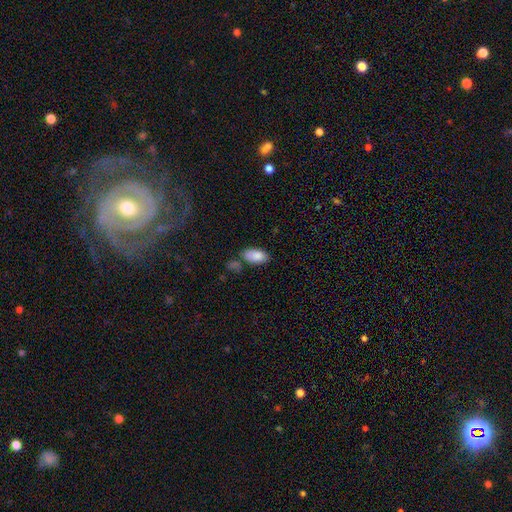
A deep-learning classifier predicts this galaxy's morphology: Overall: smooth (87%). How rounded: in between (94%). Merging: none (65%).